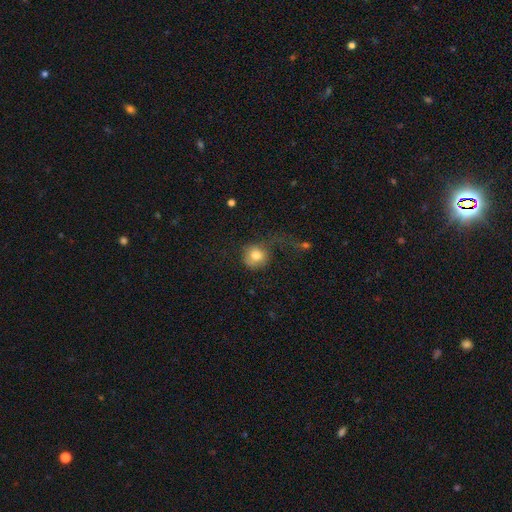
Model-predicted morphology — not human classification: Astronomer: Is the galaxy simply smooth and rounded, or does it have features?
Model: smooth — 77%.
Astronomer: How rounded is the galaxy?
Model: round — 89%.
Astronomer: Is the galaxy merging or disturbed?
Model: none — 40% (runner-up: major disturbance, 38%).